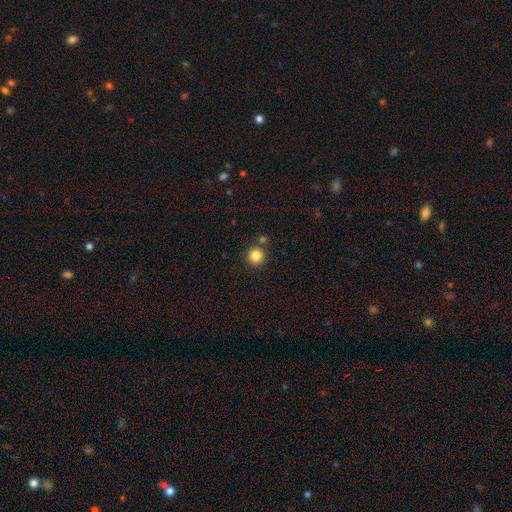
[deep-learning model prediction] Overall: smooth (85%). How rounded: round (95%). Merging: none (83%).